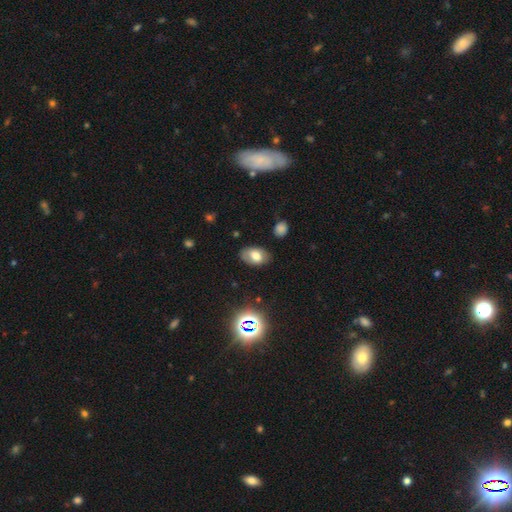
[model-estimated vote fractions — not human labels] smooth-or-featured: smooth: 66% | featured or disk: 22% | star or artifact: 12%
  how-rounded: in between: 89% | round: 10% | cigar-shaped: 1%
  merging: none: 78% | minor disturbance: 16% | major disturbance: 4% | merger: 2%